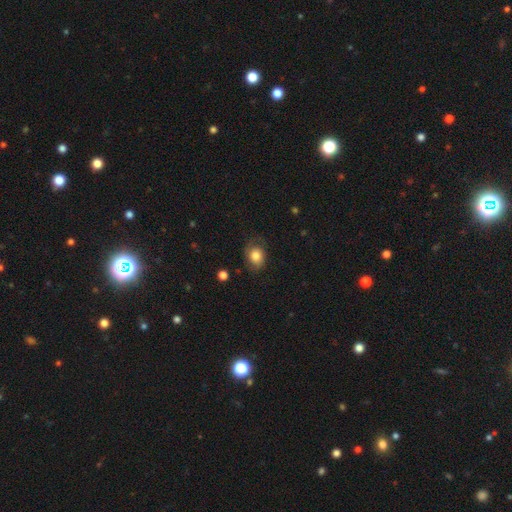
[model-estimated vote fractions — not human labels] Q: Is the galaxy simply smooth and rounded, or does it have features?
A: smooth — 75%.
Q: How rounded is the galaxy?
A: in between — 50%.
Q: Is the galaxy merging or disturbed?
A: none — 65%.